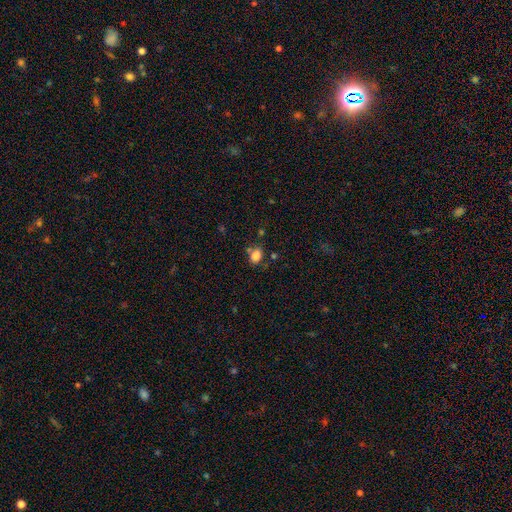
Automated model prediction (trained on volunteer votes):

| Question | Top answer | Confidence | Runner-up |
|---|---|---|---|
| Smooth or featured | smooth | 82% | star or artifact (12%) |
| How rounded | in between | 64% | round (35%) |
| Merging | none | 68% | minor disturbance (17%) |